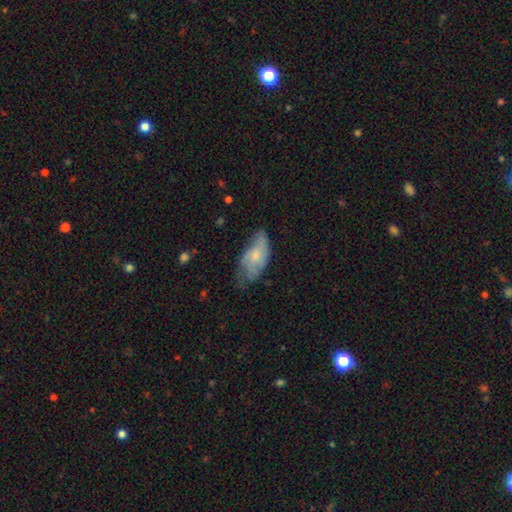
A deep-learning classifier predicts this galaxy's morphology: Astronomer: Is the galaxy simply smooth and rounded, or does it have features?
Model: smooth — 50% (runner-up: featured or disk, 43%).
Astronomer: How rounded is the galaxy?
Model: in between — 90%.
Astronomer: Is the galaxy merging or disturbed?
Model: none — 40%, tied with minor disturbance at 40%.